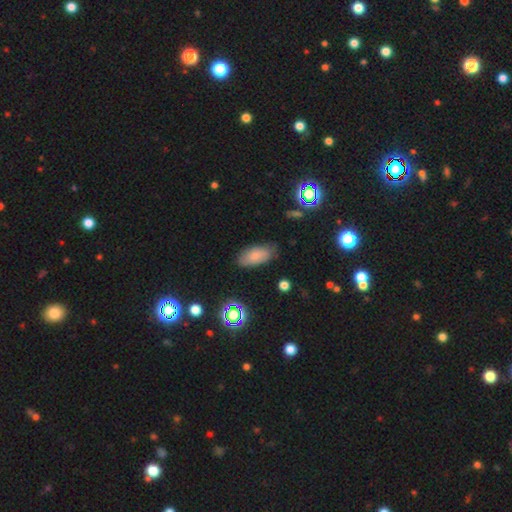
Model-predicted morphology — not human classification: Smooth or featured? Predicted: smooth (p=0.74). How rounded? Predicted: in between (p=0.91). Merging? Predicted: none (p=0.76).